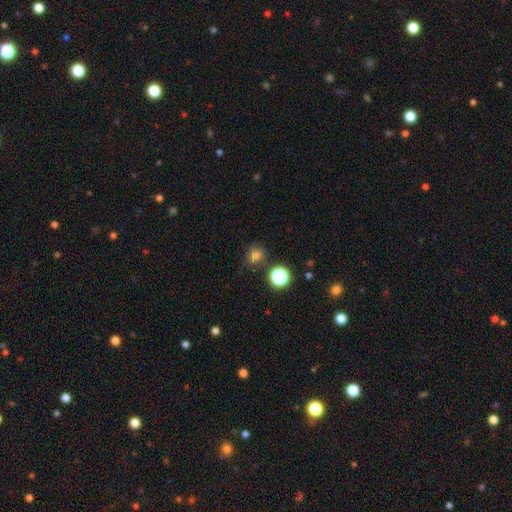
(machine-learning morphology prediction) type=smooth (73%); roundness=round (75%); merging=none (72%).